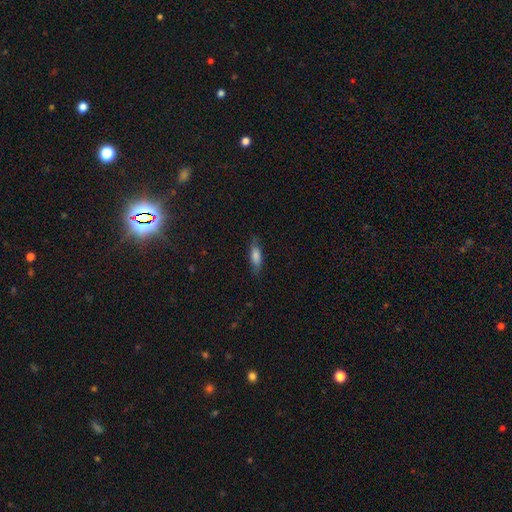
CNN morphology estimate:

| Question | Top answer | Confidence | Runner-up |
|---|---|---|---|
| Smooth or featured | smooth | 73% | featured or disk (19%) |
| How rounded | in between | 50% | cigar-shaped (47%) |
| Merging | none | 78% | minor disturbance (17%) |